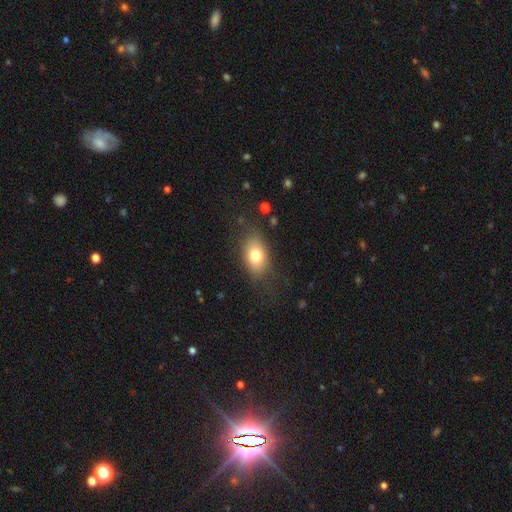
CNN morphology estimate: Smooth or featured?
  - smooth: 76% *
  - featured or disk: 14%
  - star or artifact: 9%
How rounded?
  - in between: 80% *
  - round: 18%
  - cigar-shaped: 2%
Merging?
  - none: 76% *
  - minor disturbance: 16%
  - major disturbance: 7%
  - merger: 1%